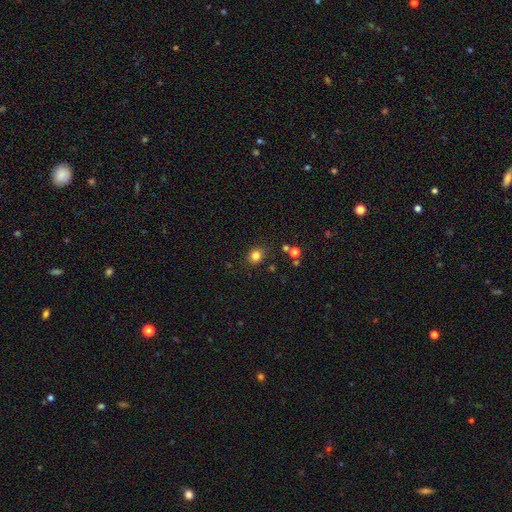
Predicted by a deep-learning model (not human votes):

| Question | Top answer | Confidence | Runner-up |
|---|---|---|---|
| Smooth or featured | smooth | 81% | star or artifact (13%) |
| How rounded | round | 73% | in between (26%) |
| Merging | none | 83% | minor disturbance (11%) |